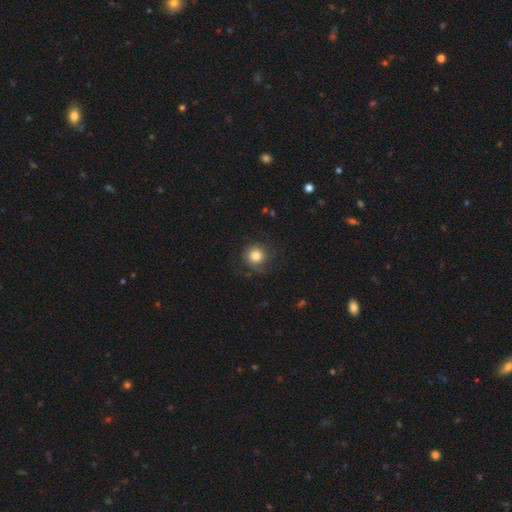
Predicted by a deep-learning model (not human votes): The model was most divided on "merging": none: 70%, minor disturbance: 18%, major disturbance: 11%, merger: 1%. More confident: how rounded — round (92%); smooth or featured — smooth (77%).